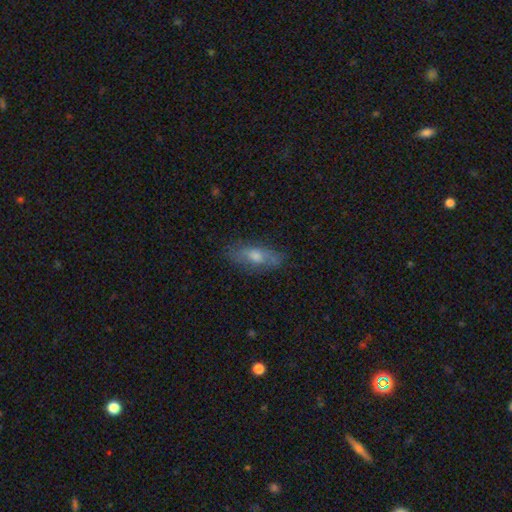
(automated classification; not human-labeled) This appears to be a smooth galaxy with no disk features (55%) that is in between round and cigar-shaped (61%). Merging: none (75%).